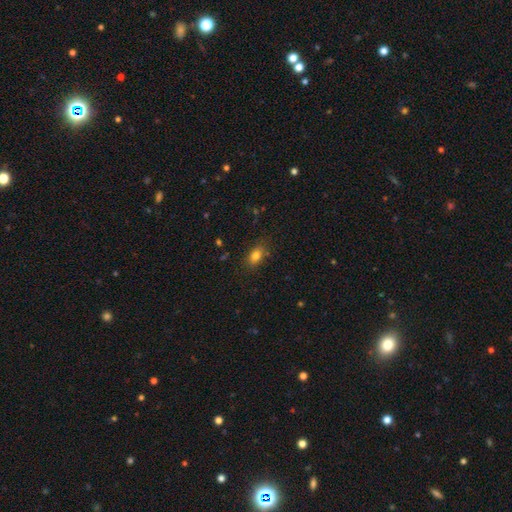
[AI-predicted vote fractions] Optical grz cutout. It shows a smooth galaxy with no disk features (81%) that is in between round and cigar-shaped (81%). Merging: none (80%).